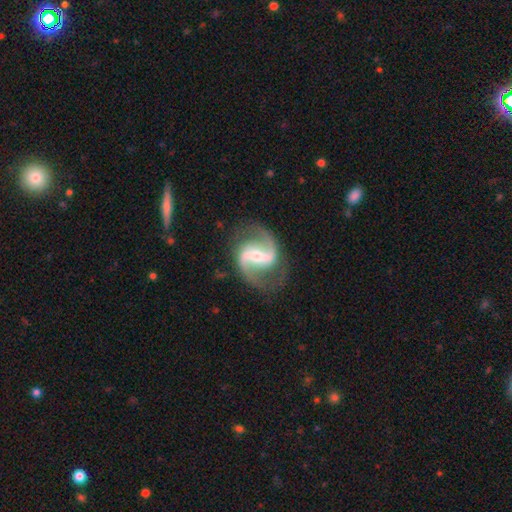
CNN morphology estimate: Smooth or featured: featured or disk — 91% (star or artifact — 5%)
Edge-on disk: no — 98% (yes — 2%)
Bar: strong — 45% (weak — 35%)
Spiral arms: yes — 98% (no — 2%)
Spiral winding: medium — 46% (loose — 44%)
Spiral arm count: 2 — 94% (can't tell — 2%)
Bulge size: small — 54% (moderate — 39%)
Merging: none — 80% (minor disturbance — 12%)